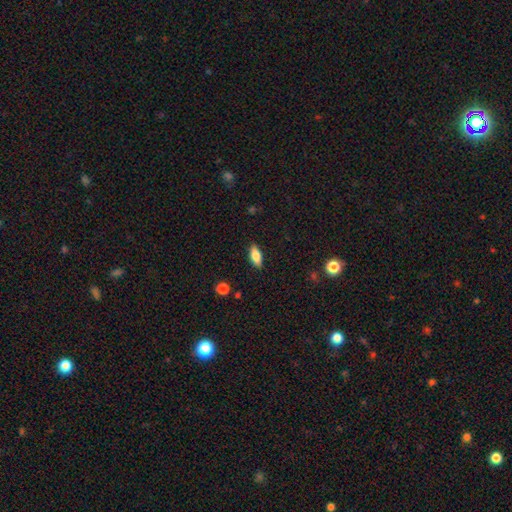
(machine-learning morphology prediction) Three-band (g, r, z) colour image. It shows a smooth galaxy with no disk features (80%) that is in between round and cigar-shaped (82%). Merging: none (88%).